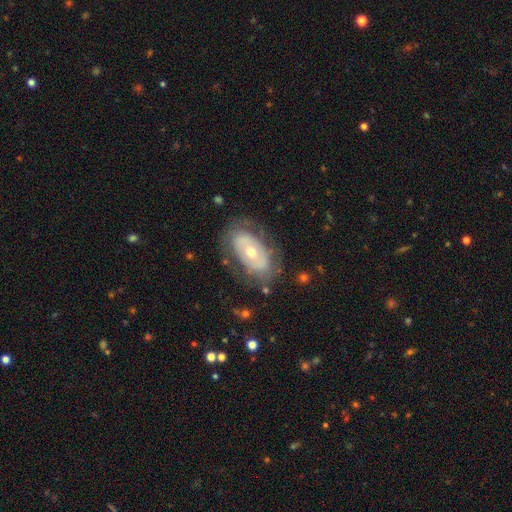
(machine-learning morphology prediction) This appears to be a featured or disk galaxy (67%) with no bar (67%), spiral arms (73%) and a small central bulge (53%). Merging: none (75%).